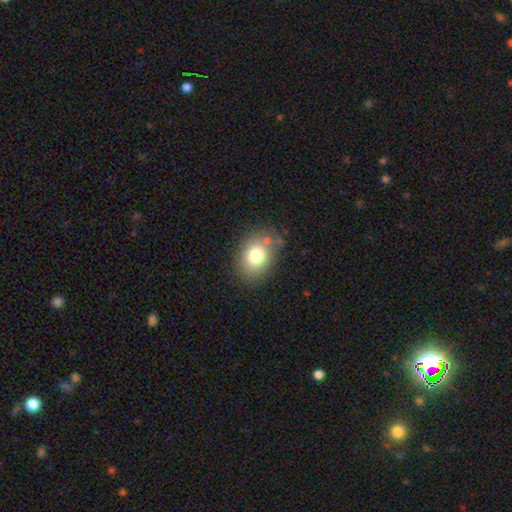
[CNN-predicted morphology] The model was most divided on "how rounded": in between: 59%, round: 40%, cigar-shaped: 1%. More confident: smooth or featured — smooth (77%); merging — none (75%).